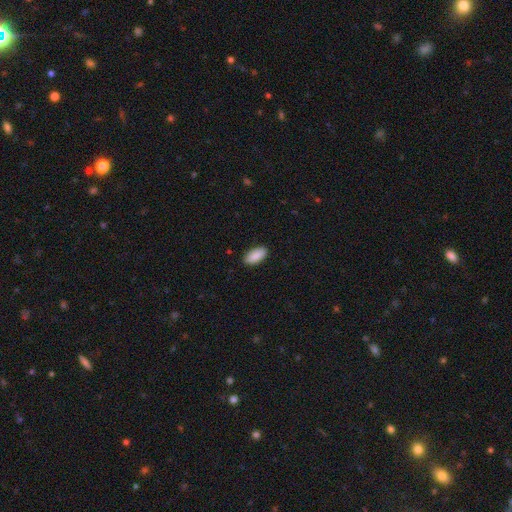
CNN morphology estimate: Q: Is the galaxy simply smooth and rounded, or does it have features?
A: smooth — 90%.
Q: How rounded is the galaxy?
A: in between — 90%.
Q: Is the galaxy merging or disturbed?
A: none — 90%.